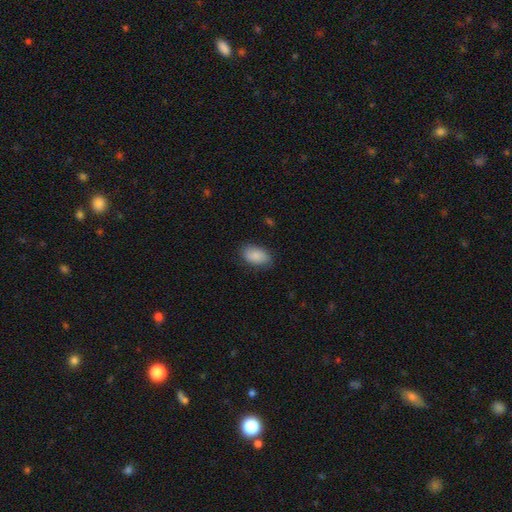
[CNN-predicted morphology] Smooth or featured? Predicted: smooth (p=0.88). How rounded? Predicted: in between (p=0.92). Merging? Predicted: none (p=0.81).